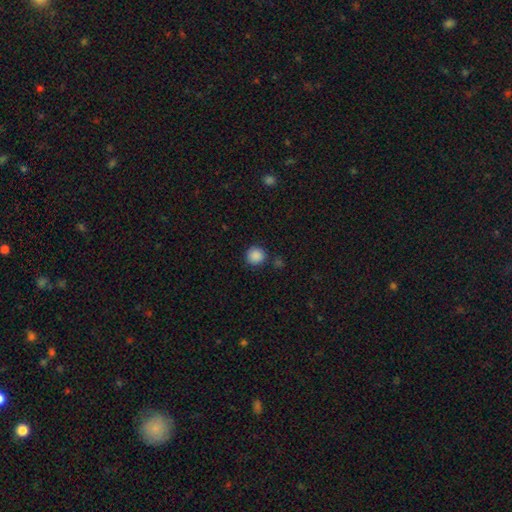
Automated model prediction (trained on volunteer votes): The model was most divided on "merging": none: 85%, minor disturbance: 8%, merger: 4%, major disturbance: 3%. More confident: how rounded — round (93%); smooth or featured — smooth (88%).